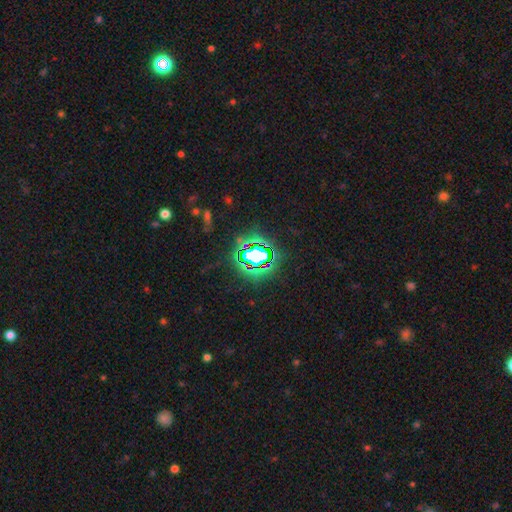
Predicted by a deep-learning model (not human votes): smooth_or_featured: star or artifact (p=0.75) [alt: smooth p=0.14]